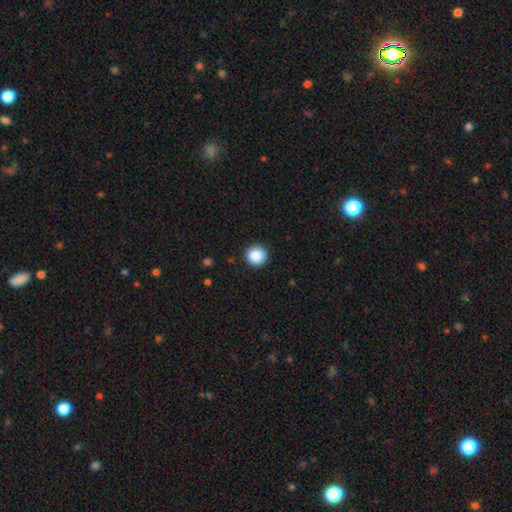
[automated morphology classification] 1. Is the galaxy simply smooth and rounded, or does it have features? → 88% smooth, 9% star or artifact, 3% featured or disk.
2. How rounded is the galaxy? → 95% round, 4% in between, 1% cigar-shaped.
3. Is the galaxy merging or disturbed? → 92% none, 5% minor disturbance, 2% major disturbance, 1% merger.